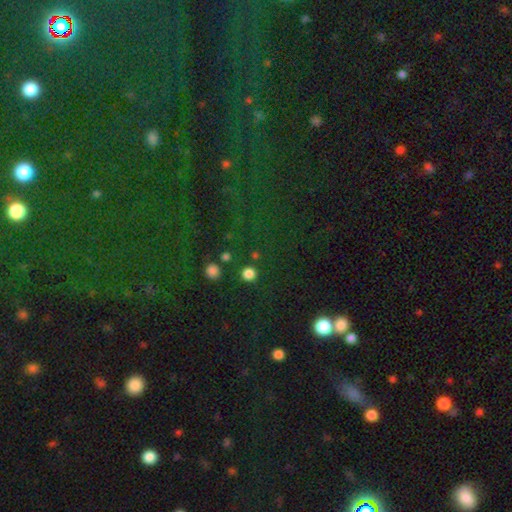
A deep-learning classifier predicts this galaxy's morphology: Overall: star or artifact (47%; smooth 46%).